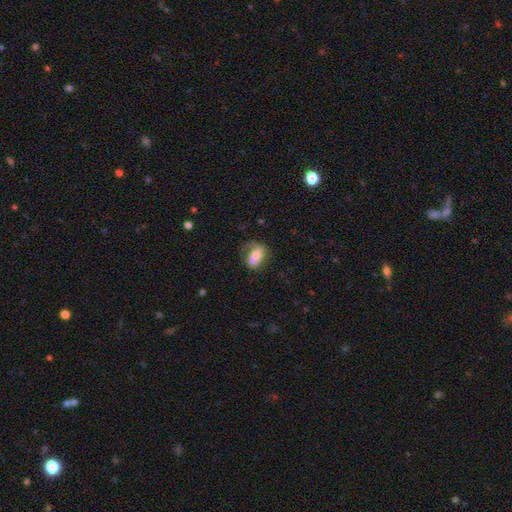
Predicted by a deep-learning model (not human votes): Smooth or featured? Predicted: smooth (p=0.53). How rounded? Predicted: in between (p=0.81). Merging? Predicted: none (p=0.51).